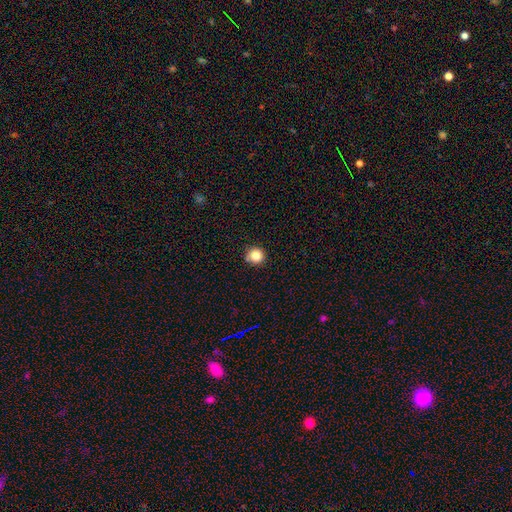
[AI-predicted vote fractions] This appears to be a smooth galaxy with no disk features (83%) that is round (94%). Merging: none (87%).